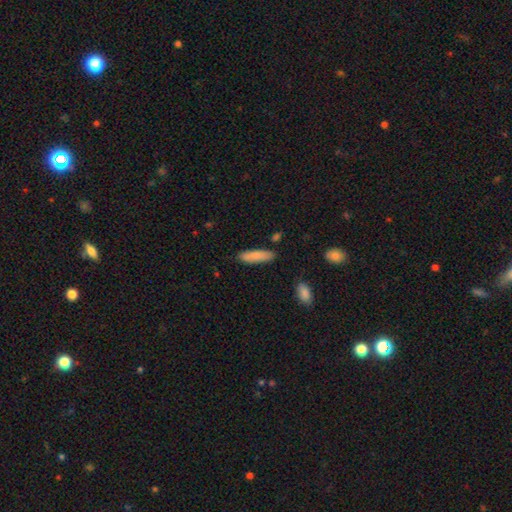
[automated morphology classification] type=smooth (81%); roundness=cigar-shaped (68%); merging=none (82%).